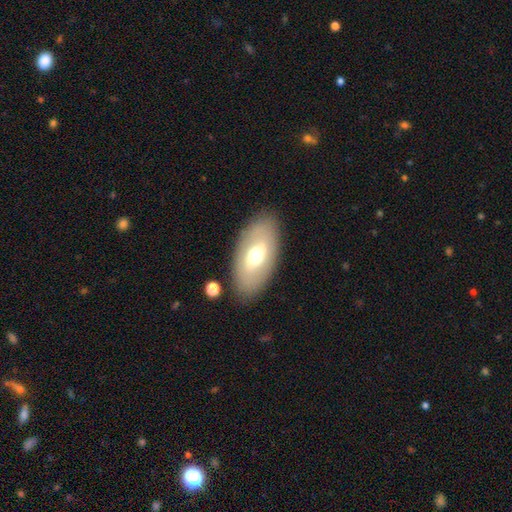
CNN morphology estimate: A smooth galaxy with no disk features (52%) that is in between round and cigar-shaped (92%).

Vote fractions:
- Smooth or featured? smooth: 52% / featured or disk: 41% / star or artifact: 7%
- How rounded? in between: 92% / round: 5% / cigar-shaped: 3%
- Merging? none: 84% / minor disturbance: 10% / major disturbance: 4% / merger: 2%